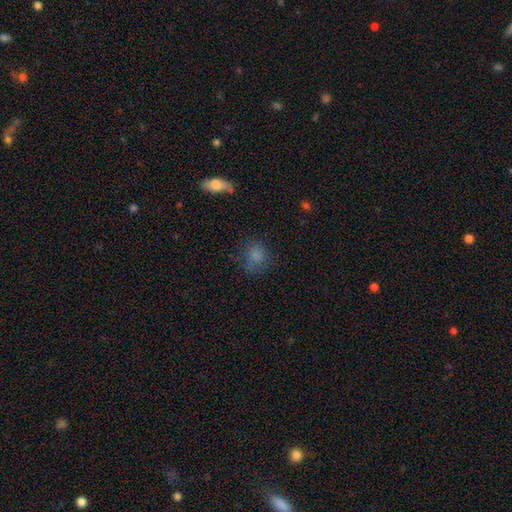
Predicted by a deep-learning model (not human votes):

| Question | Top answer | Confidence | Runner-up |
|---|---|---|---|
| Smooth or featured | smooth | 77% | star or artifact (15%) |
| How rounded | round | 76% | in between (23%) |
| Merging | none | 67% | minor disturbance (20%) |